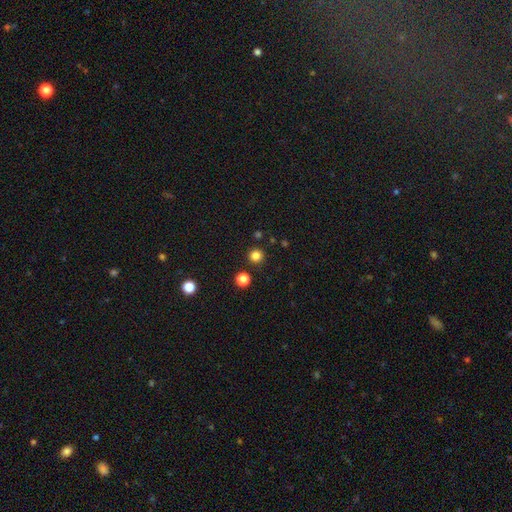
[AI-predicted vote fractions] Overall: smooth (82%). How rounded: round (95%). Merging: none (90%).